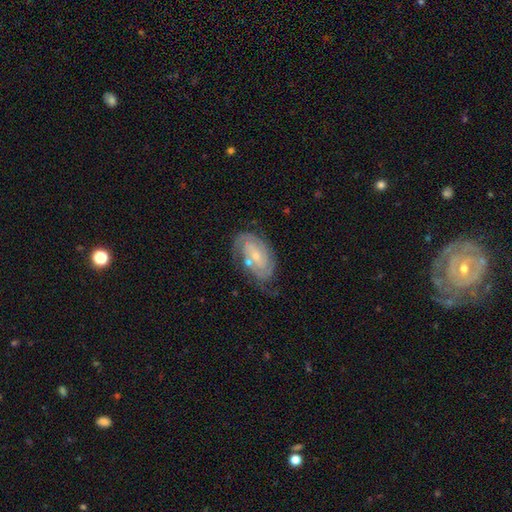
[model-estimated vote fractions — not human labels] A featured or disk galaxy (84%) with no bar (48%), 2 (46%) tight (66%) spiral arms (96%) and a small central bulge (68%).

Vote fractions:
- Smooth or featured? featured or disk: 84% / smooth: 10% / star or artifact: 6%
- Edge-on disk? no: 96% / yes: 4%
- Bar? no: 48% / weak: 39% / strong: 13%
- Spiral arms? yes: 96% / no: 4%
- Spiral winding? tight: 66% / medium: 28% / loose: 6%
- Spiral arm count? 2: 46% / can't tell: 21% / 3: 19% / 4: 6% / 1: 4% / more than 4: 4%
- Bulge size? small: 68% / moderate: 27% / none: 2% / large: 1% / dominant: 1%
- Merging? none: 62% / minor disturbance: 21% / major disturbance: 9% / merger: 8%